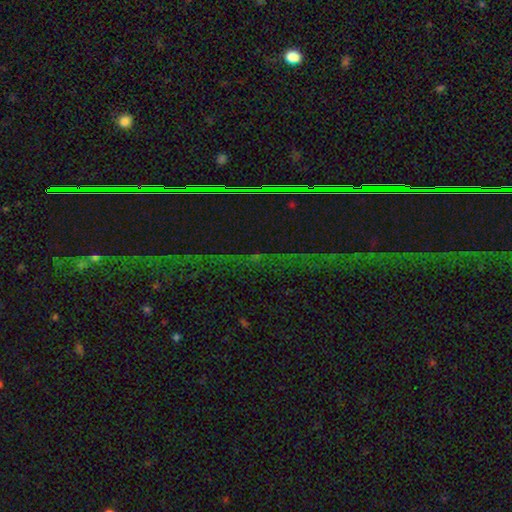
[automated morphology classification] smooth-or-featured: star or artifact: 83% | featured or disk: 9% | smooth: 8%